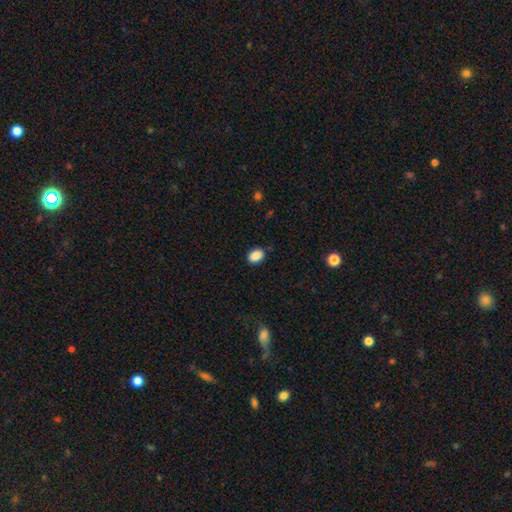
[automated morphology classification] The model was most divided on "how rounded": in between: 79%, round: 20%, cigar-shaped: 1%. More confident: smooth or featured — smooth (89%); merging — none (87%).